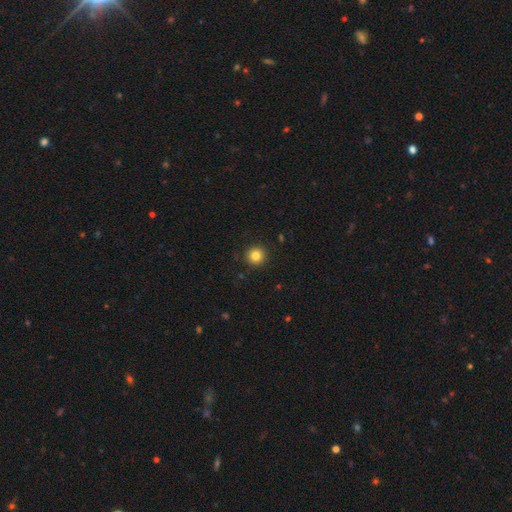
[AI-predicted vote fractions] smooth-or-featured: smooth: 83% | star or artifact: 11% | featured or disk: 6%
  how-rounded: round: 95% | in between: 4% | cigar-shaped: 1%
  merging: none: 93% | minor disturbance: 5% | major disturbance: 2% | merger: 1%